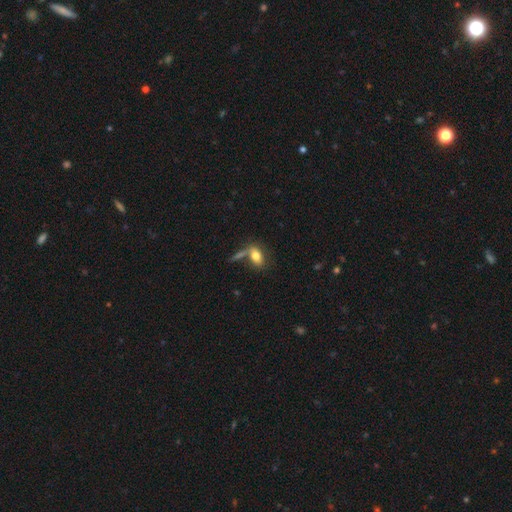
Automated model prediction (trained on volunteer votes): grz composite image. It shows a smooth galaxy with no disk features (74%) that is in between round and cigar-shaped (83%). Merging: none (45%).